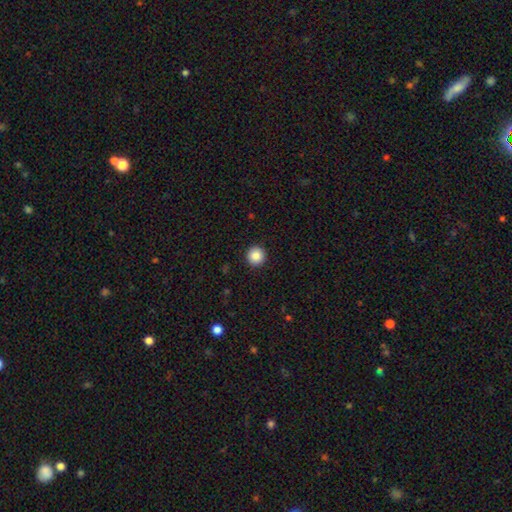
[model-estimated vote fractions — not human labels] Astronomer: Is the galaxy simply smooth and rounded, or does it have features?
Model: smooth — 88%.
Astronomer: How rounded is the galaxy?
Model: round — 96%.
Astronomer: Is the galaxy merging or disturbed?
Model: none — 93%.